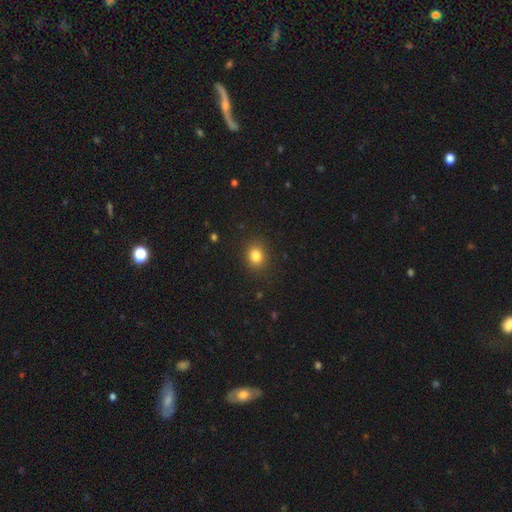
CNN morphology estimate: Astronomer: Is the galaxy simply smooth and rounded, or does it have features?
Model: smooth — 83%.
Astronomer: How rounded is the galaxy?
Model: round — 65%.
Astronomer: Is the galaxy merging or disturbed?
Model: none — 89%.